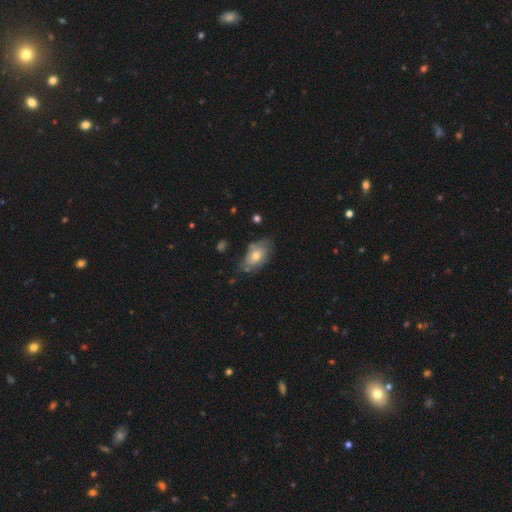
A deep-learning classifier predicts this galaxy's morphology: Smooth or featured: smooth — 55% (featured or disk — 37%)
How rounded: in between — 89% (round — 8%)
Merging: none — 59% (minor disturbance — 30%)